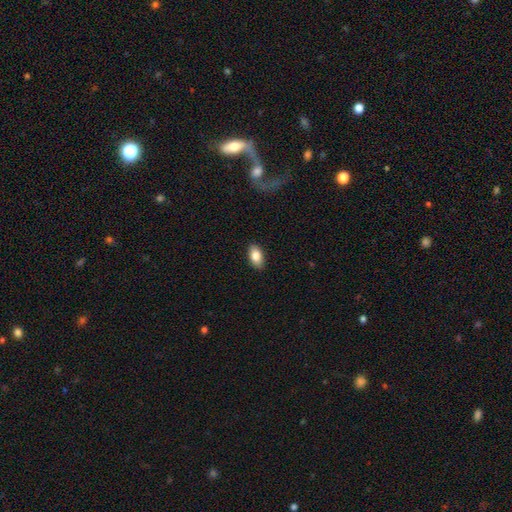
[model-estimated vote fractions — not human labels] Smooth or featured: smooth — 83% (featured or disk — 10%)
How rounded: in between — 92% (round — 5%)
Merging: none — 89% (minor disturbance — 8%)